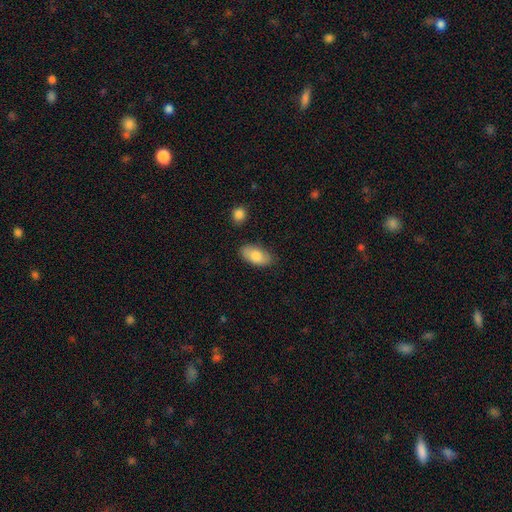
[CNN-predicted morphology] Overall: smooth (81%). How rounded: in between (94%). Merging: none (80%).